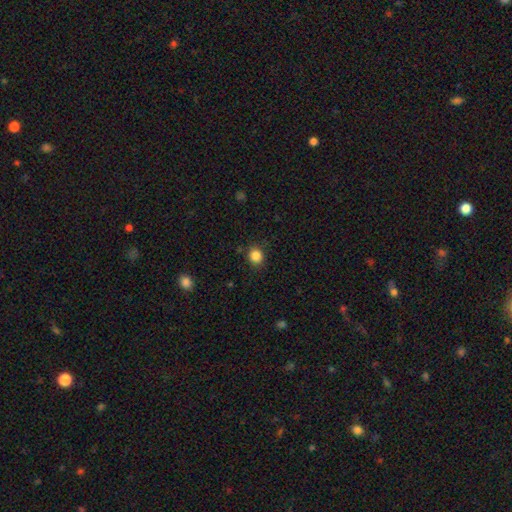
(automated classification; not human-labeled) This is clearly a smooth galaxy (85%). How rounded: clearly round (81%). Merging: clearly none (86%).